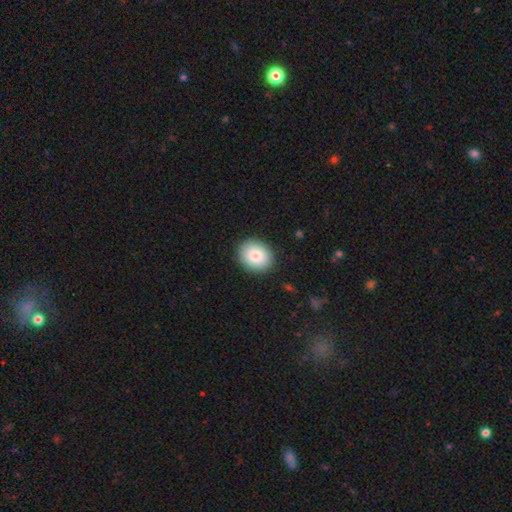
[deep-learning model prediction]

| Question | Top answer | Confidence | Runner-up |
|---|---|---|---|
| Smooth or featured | smooth | 84% | featured or disk (9%) |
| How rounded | round | 58% | in between (41%) |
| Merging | none | 89% | minor disturbance (8%) |